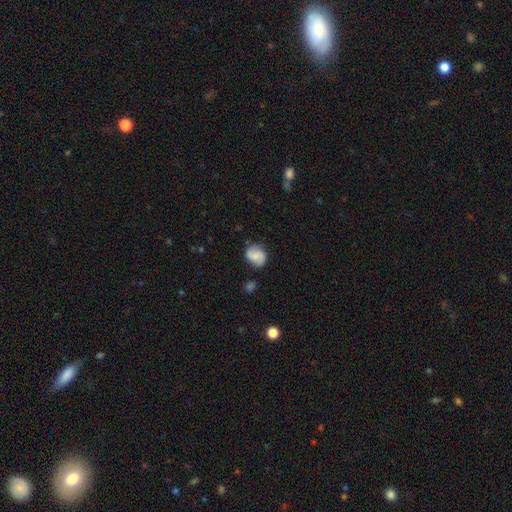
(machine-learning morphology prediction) Smooth or featured? Predicted: smooth (p=0.48). Merging? Predicted: none (p=0.71).